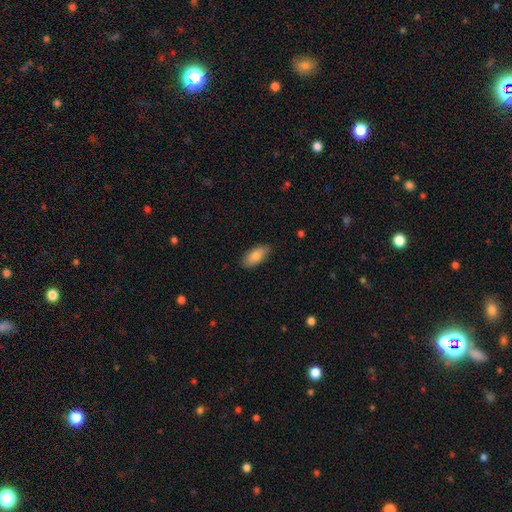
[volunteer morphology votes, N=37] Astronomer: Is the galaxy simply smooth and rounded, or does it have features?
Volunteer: smooth — 78%.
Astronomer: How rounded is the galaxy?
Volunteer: in between — 90%.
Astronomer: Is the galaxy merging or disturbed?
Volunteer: none — 86%.